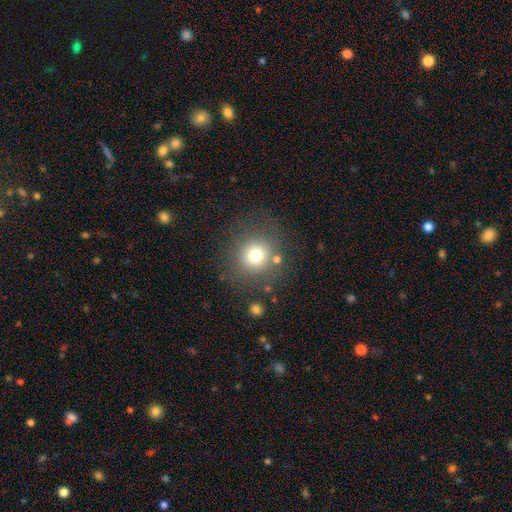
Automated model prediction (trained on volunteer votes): Smooth or featured? Predicted: smooth (p=0.73). How rounded? Predicted: round (p=0.91). Merging? Predicted: none (p=0.77).